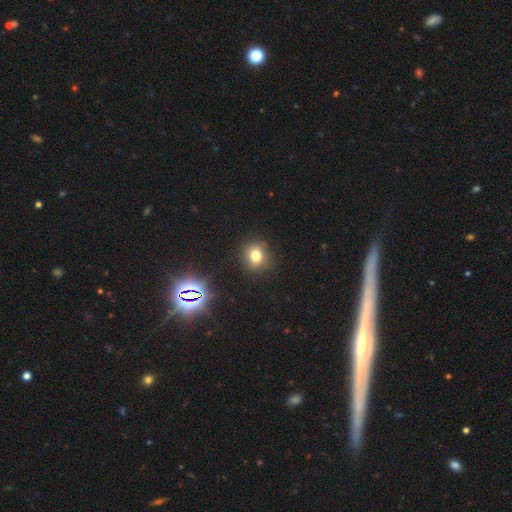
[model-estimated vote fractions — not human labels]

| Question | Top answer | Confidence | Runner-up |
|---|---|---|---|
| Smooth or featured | smooth | 72% | star or artifact (19%) |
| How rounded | round | 75% | in between (24%) |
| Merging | none | 85% | minor disturbance (11%) |